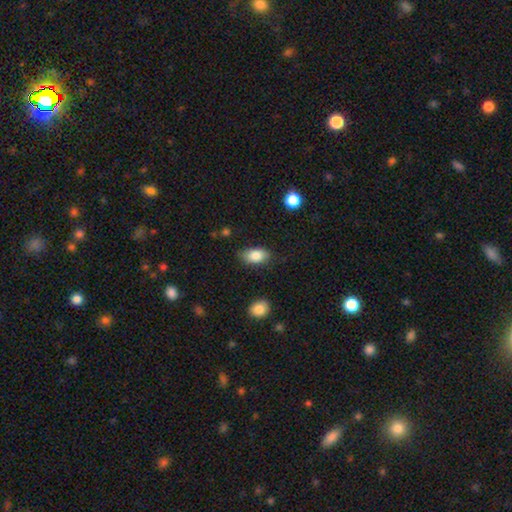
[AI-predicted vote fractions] Smooth or featured? Predicted: smooth (p=0.86). How rounded? Predicted: in between (p=0.92). Merging? Predicted: none (p=0.81).